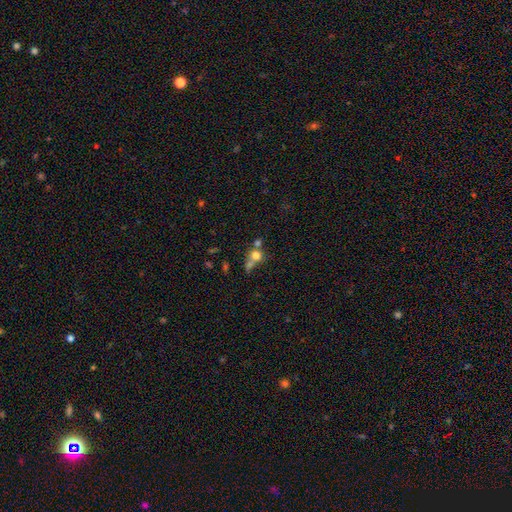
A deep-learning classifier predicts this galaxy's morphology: smooth 71%, featured or disk 15%, star or artifact 14%. Down the decision tree: how rounded — round (81%); merging — merger (49%).